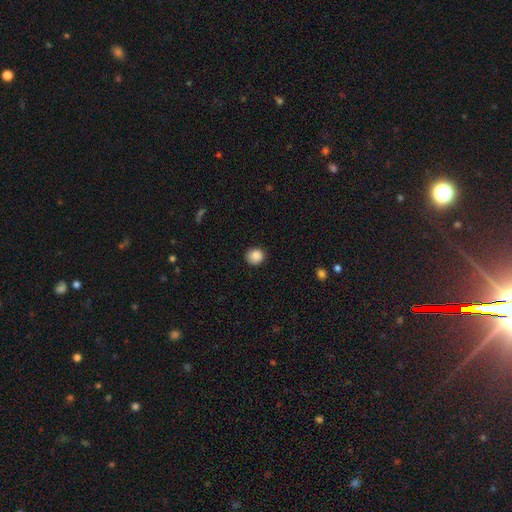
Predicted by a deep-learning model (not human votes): smooth 88%, star or artifact 9%, featured or disk 3%. Down the decision tree: how rounded — round (85%); merging — none (86%).